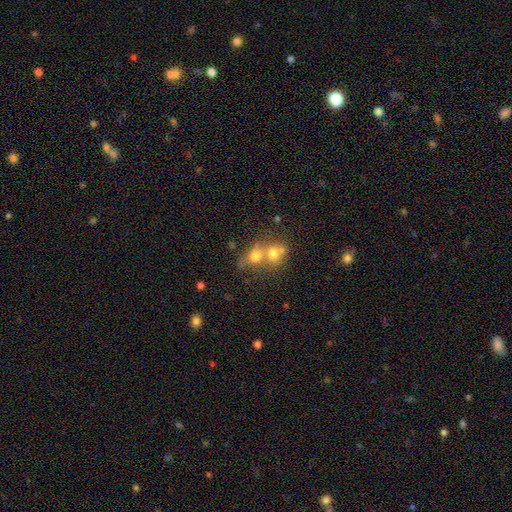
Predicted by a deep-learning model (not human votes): The model was most divided on "how rounded": round: 67%, in between: 31%, cigar-shaped: 1%. More confident: smooth or featured — smooth (67%); merging — merger (63%).